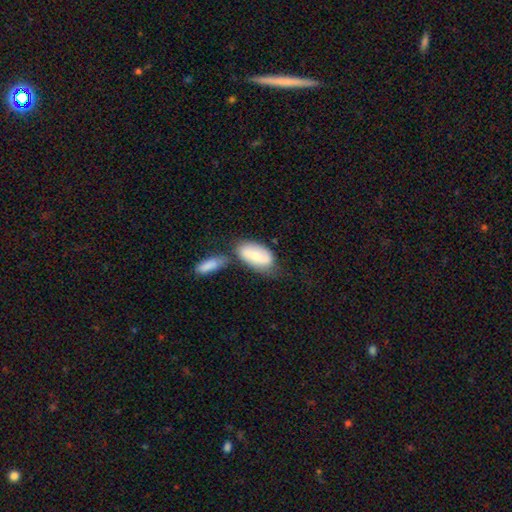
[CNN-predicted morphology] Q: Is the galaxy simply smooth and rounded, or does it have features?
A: smooth — 71%.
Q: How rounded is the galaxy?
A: in between — 88%.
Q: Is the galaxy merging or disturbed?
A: none — 41%.